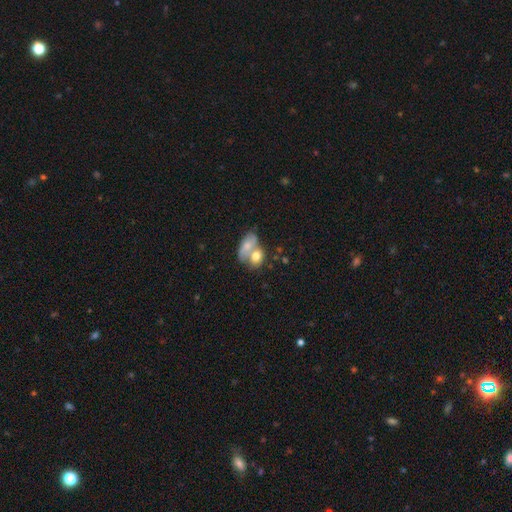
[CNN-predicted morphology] smooth_or_featured: smooth (p=0.73) [alt: featured or disk p=0.20]
how_rounded: in between (p=0.62) [alt: round p=0.35]
merging: merger (p=0.65) [alt: none p=0.22]